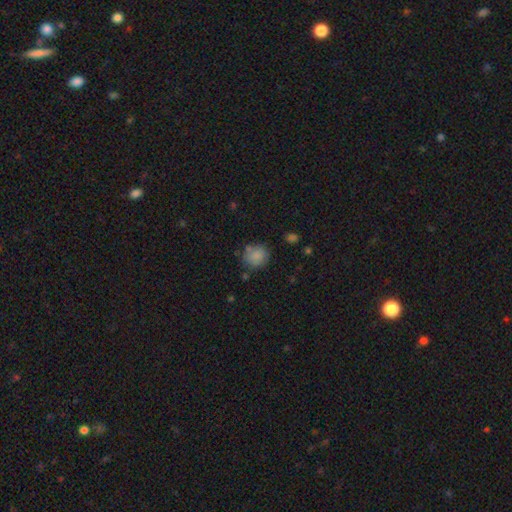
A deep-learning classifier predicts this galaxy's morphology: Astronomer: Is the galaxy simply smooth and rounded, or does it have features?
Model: smooth — 83%.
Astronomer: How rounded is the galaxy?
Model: round — 84%.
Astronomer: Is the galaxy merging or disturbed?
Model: none — 72%.